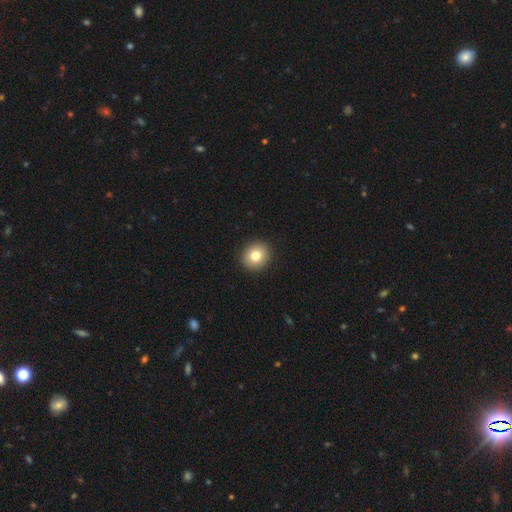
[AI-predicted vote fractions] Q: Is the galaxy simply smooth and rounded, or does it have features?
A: smooth — 81%.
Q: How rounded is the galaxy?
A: round — 82%.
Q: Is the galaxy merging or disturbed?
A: none — 92%.